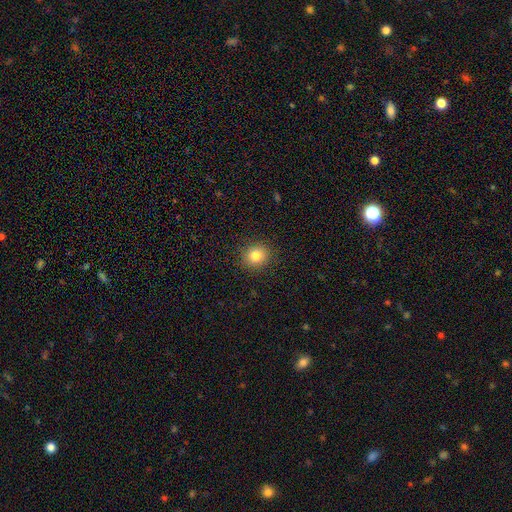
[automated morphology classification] Smooth or featured: smooth — 81% (star or artifact — 12%)
How rounded: round — 84% (in between — 15%)
Merging: none — 91% (minor disturbance — 6%)